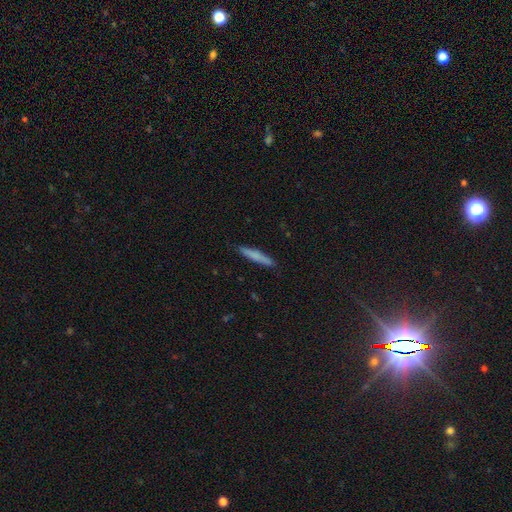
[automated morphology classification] smooth_or_featured: smooth (p=0.71) [alt: featured or disk p=0.23]
how_rounded: cigar-shaped (p=0.94) [alt: in between p=0.05]
merging: none (p=0.89) [alt: minor disturbance p=0.09]